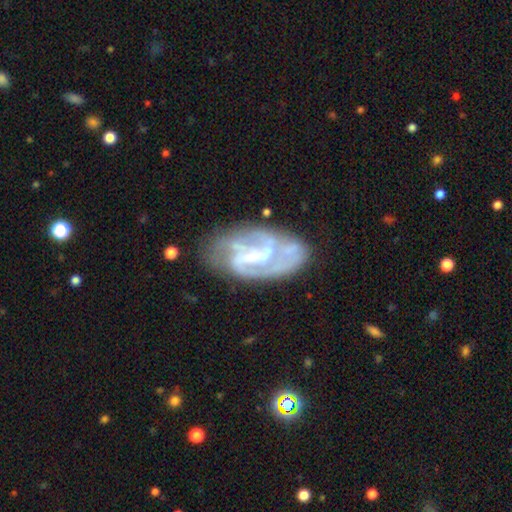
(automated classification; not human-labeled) Smooth or featured? featured or disk (83%)
Edge-on disk? no (97%)
Bar? weak (46%)
Spiral arms? yes (89%)
Spiral winding? medium (45%)
Spiral arm count? 2 (45%)
Bulge size? small (48%)
Merging? none (59%)